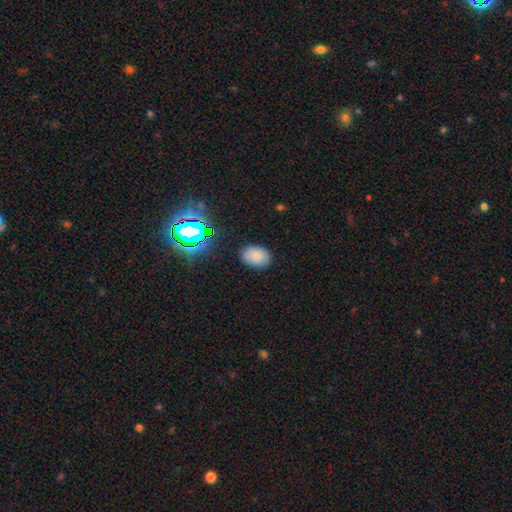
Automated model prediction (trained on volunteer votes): smooth-or-featured: smooth: 78% | star or artifact: 14% | featured or disk: 8%
  how-rounded: in between: 78% | round: 21% | cigar-shaped: 1%
  merging: none: 84% | minor disturbance: 12% | major disturbance: 3% | merger: 1%